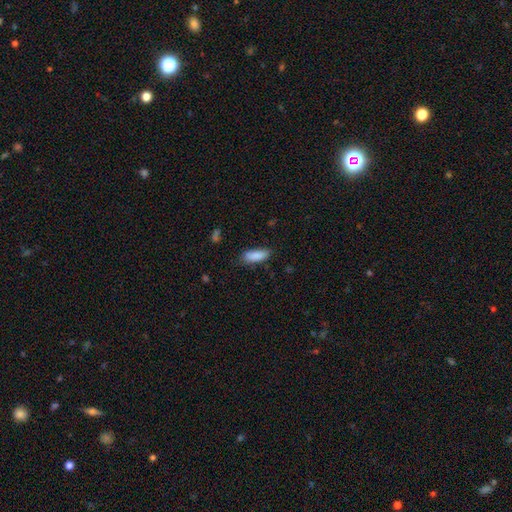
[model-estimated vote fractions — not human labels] Overall: smooth (88%). How rounded: in between (69%; cigar-shaped 29%). Merging: none (76%).